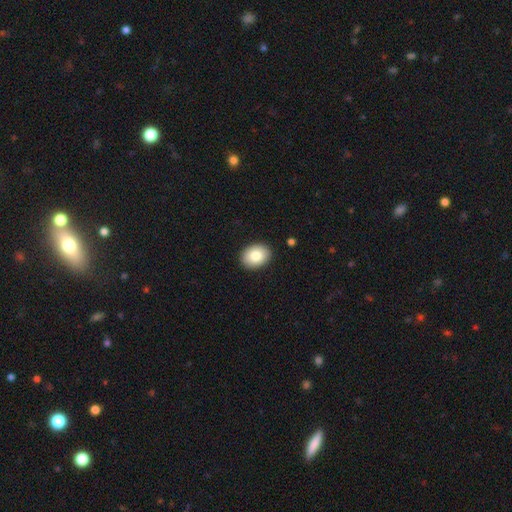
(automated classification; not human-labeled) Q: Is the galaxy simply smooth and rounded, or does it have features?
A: smooth — 83%.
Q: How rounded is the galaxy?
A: in between — 64%.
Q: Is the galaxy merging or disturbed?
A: none — 90%.